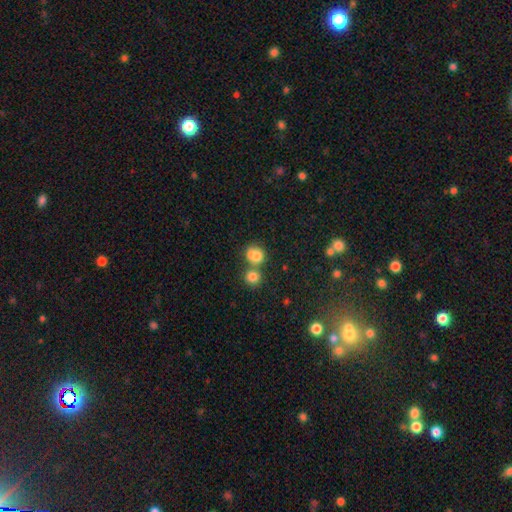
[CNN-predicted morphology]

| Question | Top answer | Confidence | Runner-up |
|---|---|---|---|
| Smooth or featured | smooth | 79% | star or artifact (11%) |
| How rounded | round | 78% | in between (21%) |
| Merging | none | 43% | merger (42%) |